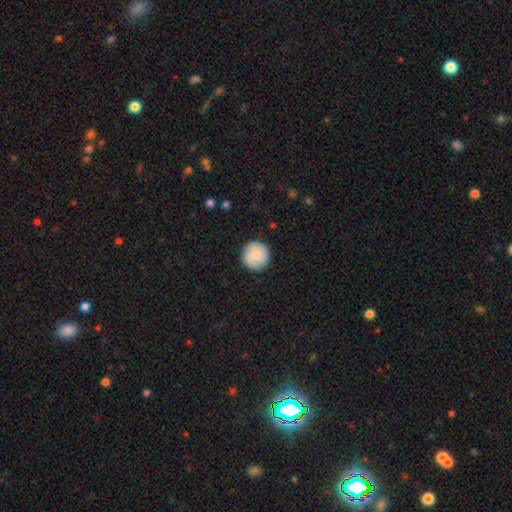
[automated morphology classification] type=smooth (84%); roundness=round (96%); merging=none (89%).